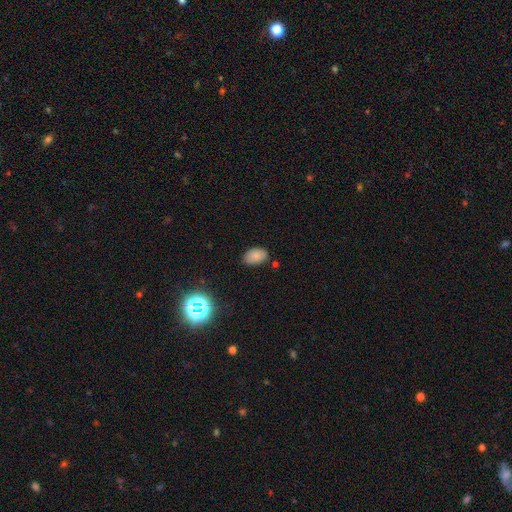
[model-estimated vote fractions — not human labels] Smooth or featured: smooth — 80% (star or artifact — 12%)
How rounded: in between — 90% (round — 9%)
Merging: none — 78% (minor disturbance — 17%)